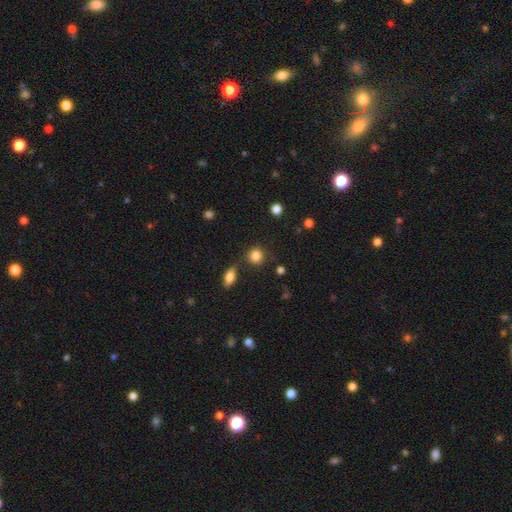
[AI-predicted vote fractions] Smooth or featured? smooth (84%)
How rounded? round (87%)
Merging? none (77%)